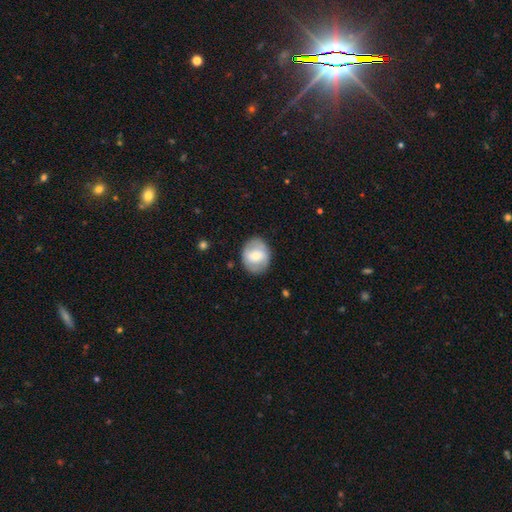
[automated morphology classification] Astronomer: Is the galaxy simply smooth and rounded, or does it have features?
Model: smooth — 57% (runner-up: featured or disk, 36%).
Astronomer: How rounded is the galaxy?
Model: round — 56% (runner-up: in between, 43%).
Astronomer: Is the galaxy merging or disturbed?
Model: none — 81%.